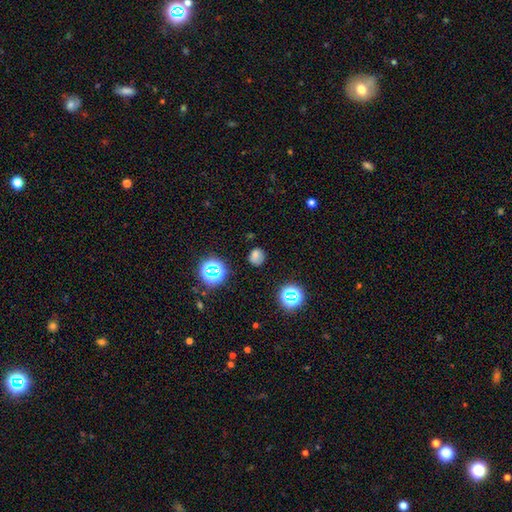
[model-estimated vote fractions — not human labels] Smooth or featured?
  - smooth: 67% *
  - star or artifact: 25%
  - featured or disk: 9%
How rounded?
  - round: 71% *
  - in between: 28%
  - cigar-shaped: 1%
Merging?
  - none: 78% *
  - minor disturbance: 15%
  - major disturbance: 5%
  - merger: 2%